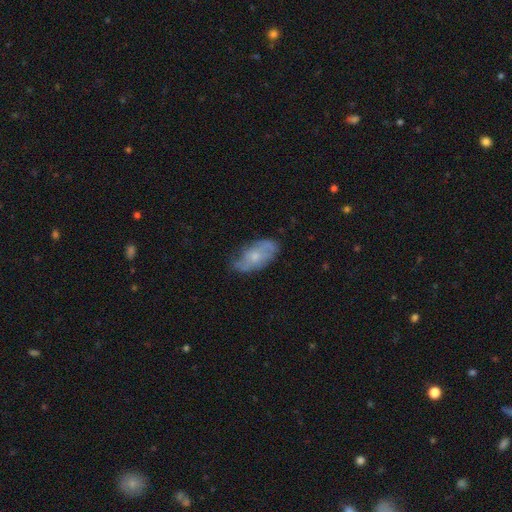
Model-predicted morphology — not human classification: A featured or disk galaxy (49%). Merging: none (59%).